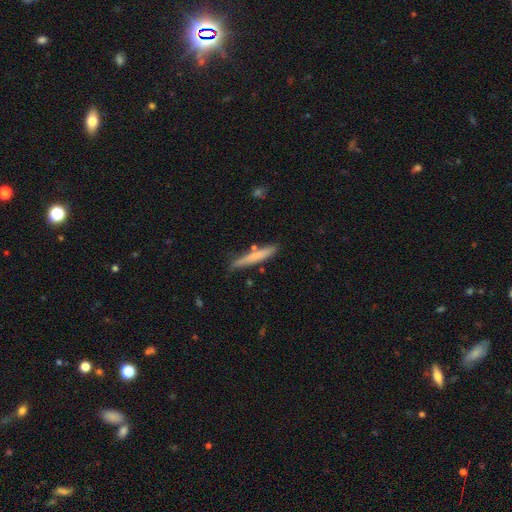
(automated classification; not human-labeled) Smooth or featured? smooth (68%)
How rounded? cigar-shaped (95%)
Merging? none (81%)